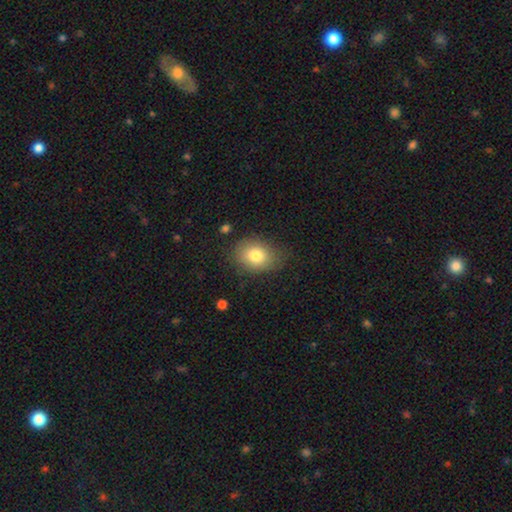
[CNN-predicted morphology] This is likely a smooth galaxy (79%). How rounded: possibly in between (56%). Merging: likely none (75%).